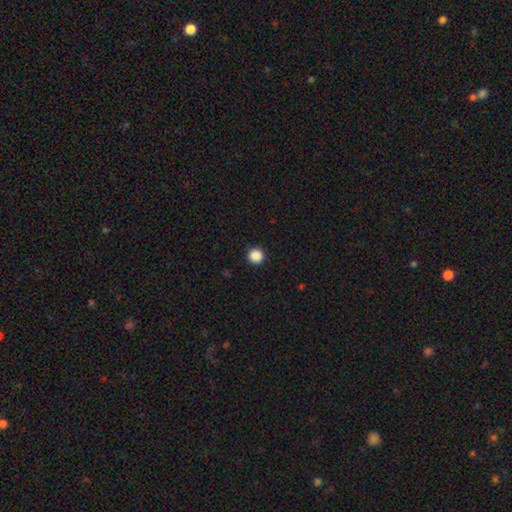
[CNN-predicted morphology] smooth 88%, star or artifact 10%, featured or disk 2%. Down the decision tree: how rounded — round (95%); merging — none (93%).